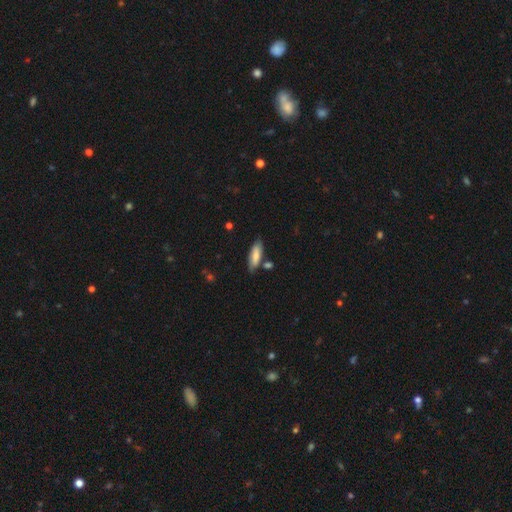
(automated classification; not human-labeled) smooth_or_featured: smooth (p=0.75) [alt: featured or disk p=0.19]
how_rounded: in between (p=0.55) [alt: cigar-shaped p=0.43]
merging: none (p=0.76) [alt: minor disturbance p=0.15]